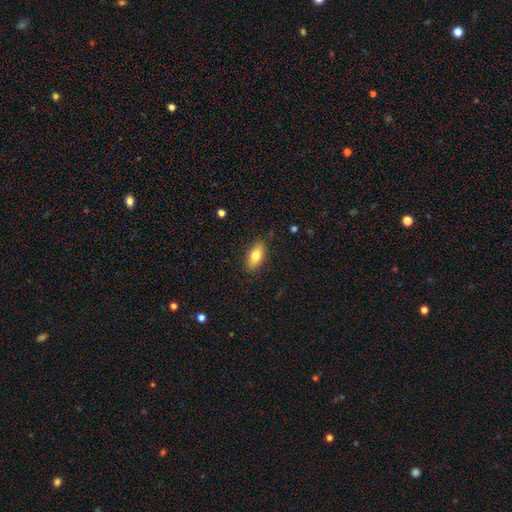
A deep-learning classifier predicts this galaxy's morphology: smooth_or_featured: smooth (p=0.78) [alt: featured or disk p=0.15]
how_rounded: in between (p=0.87) [alt: cigar-shaped p=0.09]
merging: none (p=0.85) [alt: minor disturbance p=0.11]